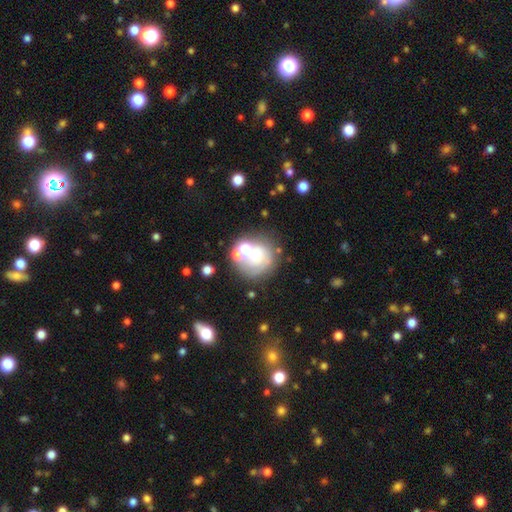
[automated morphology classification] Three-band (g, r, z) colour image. It shows a smooth galaxy with no disk features (49%). Merging: none (48%).